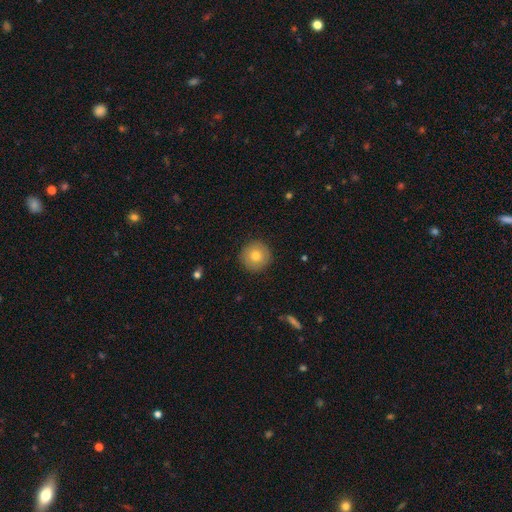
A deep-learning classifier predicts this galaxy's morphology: The model was most divided on "smooth or featured": smooth: 79%, featured or disk: 13%, star or artifact: 9%. More confident: how rounded — round (96%); merging — none (91%).